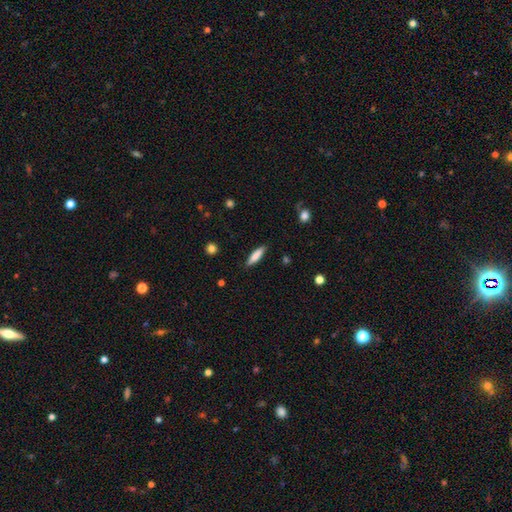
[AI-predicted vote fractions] Morphology: type=smooth (79%); roundness=cigar-shaped (73%); merging=none (86%).